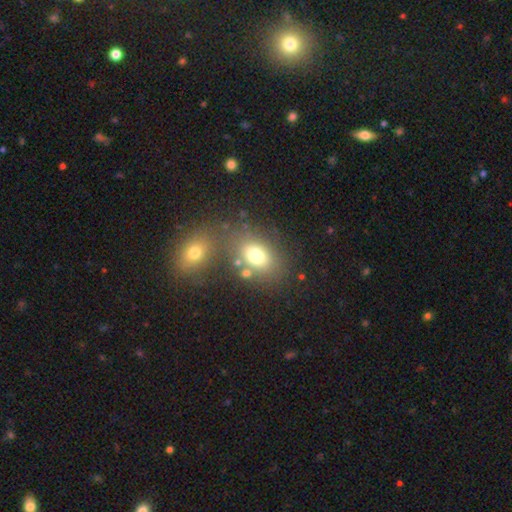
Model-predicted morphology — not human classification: This is likely a smooth galaxy (73%). How rounded: likely in between (74%). Merging: possibly none (58%).